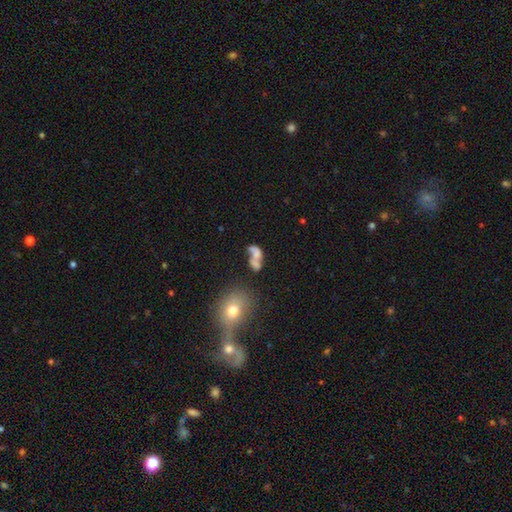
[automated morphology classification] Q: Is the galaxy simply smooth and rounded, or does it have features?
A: smooth — 53%.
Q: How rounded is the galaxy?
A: in between — 77%.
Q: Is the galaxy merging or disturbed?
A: merger — 52%.